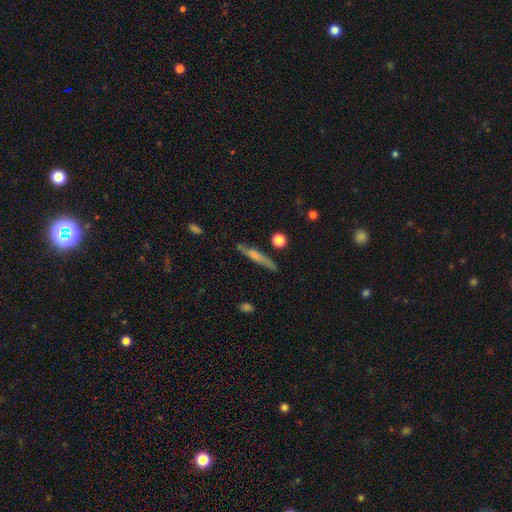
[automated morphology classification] Overall: featured or disk (50%; smooth 42%). Edge-on disk: yes (90%). Merging: none (78%).